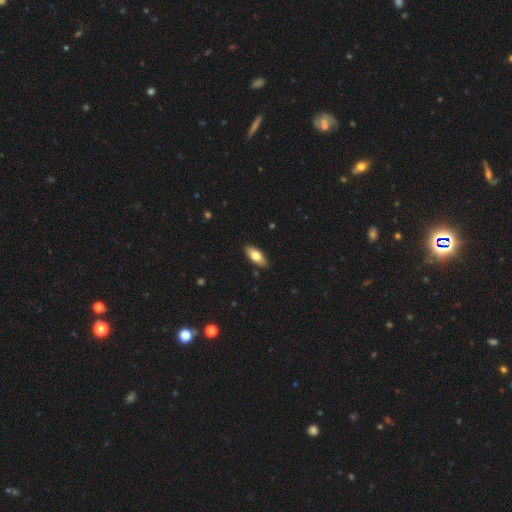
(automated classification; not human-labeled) This appears to be a smooth galaxy with no disk features (73%) that is in between round and cigar-shaped (81%). Merging: none (88%).